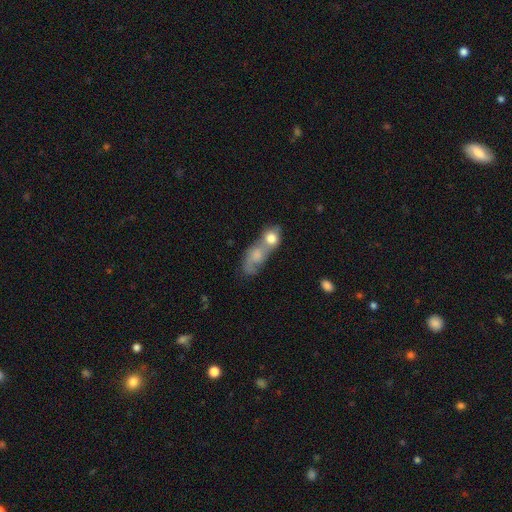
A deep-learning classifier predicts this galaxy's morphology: Overall: smooth (63%; featured or disk 28%). How rounded: in between (66%). Merging: merger (71%).